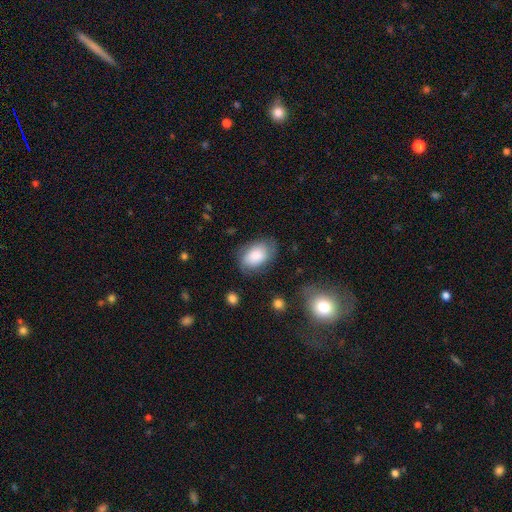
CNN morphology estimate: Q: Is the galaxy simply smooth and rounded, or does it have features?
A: smooth — 74%.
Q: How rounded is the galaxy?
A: in between — 90%.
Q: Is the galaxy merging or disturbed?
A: none — 70%.